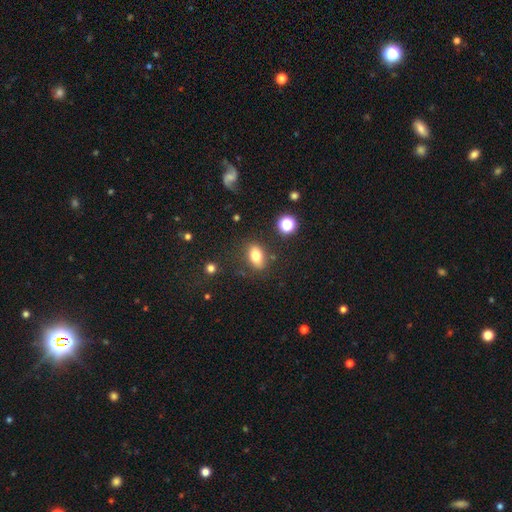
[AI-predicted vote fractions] smooth 77%, featured or disk 12%, star or artifact 11%. Down the decision tree: how rounded — in between (82%); merging — none (78%).